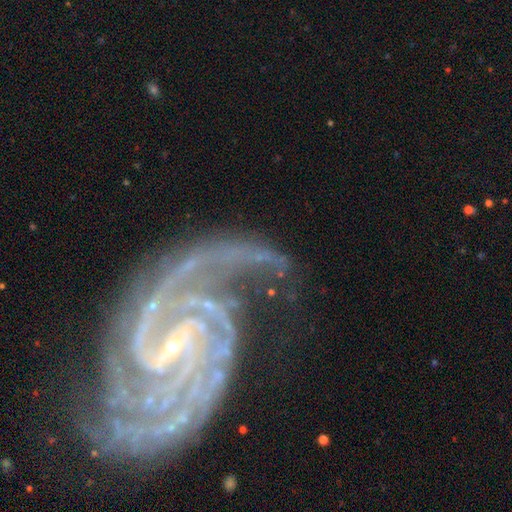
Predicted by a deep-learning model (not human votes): Overall: featured or disk (87%). Edge-on disk: no (97%). Bar: weak (35%; strong 34%). Spiral arms: yes (95%). Spiral arm count: 2 (39%; 3 17%). Spiral winding: medium (42%; tight 36%). Bulge size: small (83%). Merging: none (43%; major disturbance 32%).